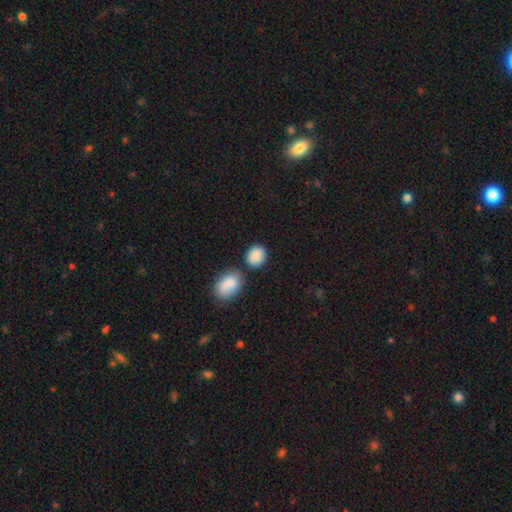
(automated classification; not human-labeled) smooth-or-featured: smooth: 88% | star or artifact: 7% | featured or disk: 5%
  how-rounded: round: 62% | in between: 37% | cigar-shaped: 1%
  merging: none: 73% | merger: 12% | minor disturbance: 12% | major disturbance: 3%